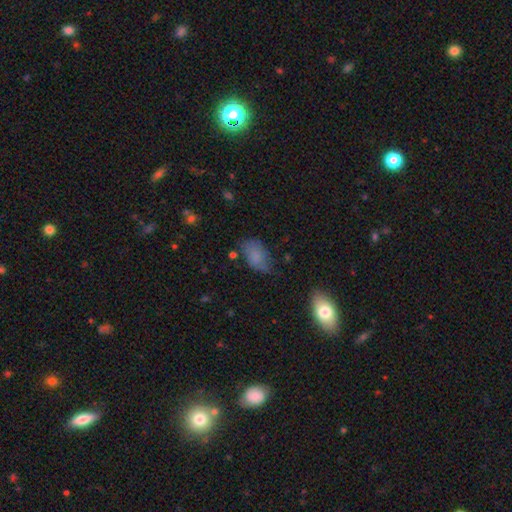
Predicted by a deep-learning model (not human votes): Morphology: type=smooth (77%); roundness=in between (92%); merging=none (59%).